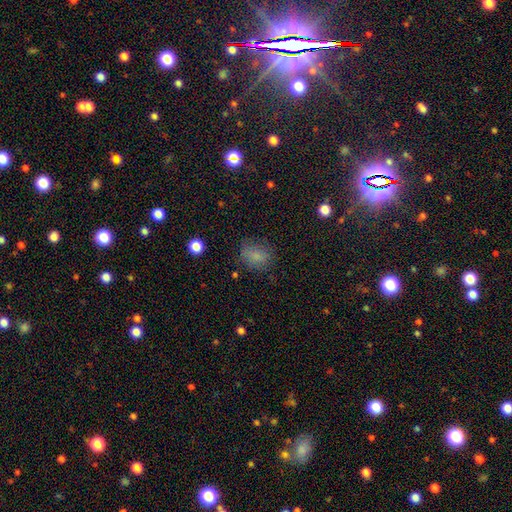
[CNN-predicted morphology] Smooth or featured?
  - smooth: 76% *
  - star or artifact: 14%
  - featured or disk: 10%
How rounded?
  - in between: 56% *
  - round: 42%
  - cigar-shaped: 2%
Merging?
  - none: 69% *
  - minor disturbance: 20%
  - major disturbance: 9%
  - merger: 2%